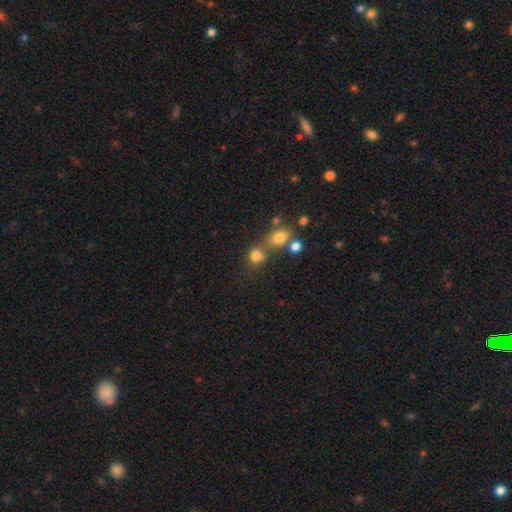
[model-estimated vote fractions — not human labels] smooth_or_featured: smooth (p=0.78) [alt: star or artifact p=0.15]
how_rounded: round (p=0.75) [alt: in between p=0.23]
merging: none (p=0.52) [alt: merger p=0.31]